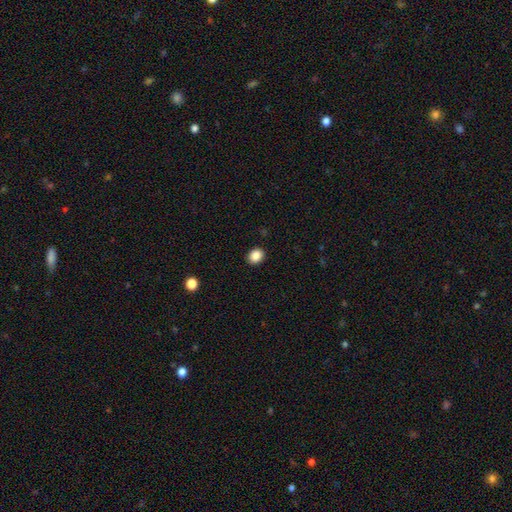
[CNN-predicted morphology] Smooth or featured: smooth — 87% (star or artifact — 9%)
How rounded: round — 52% (in between — 47%)
Merging: none — 91% (minor disturbance — 7%)